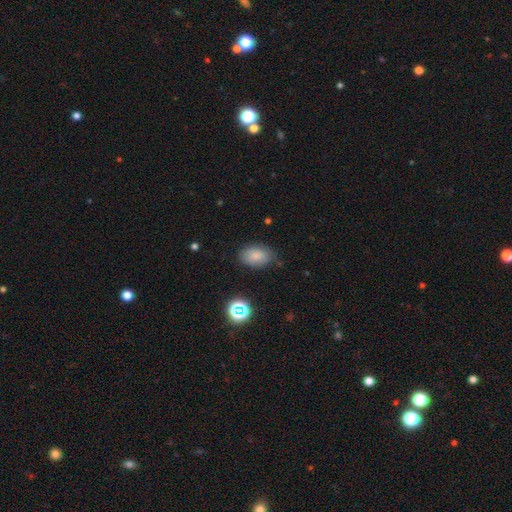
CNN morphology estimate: This appears to be a smooth galaxy with no disk features (81%) that is in between round and cigar-shaped (85%). Merging: none (76%).